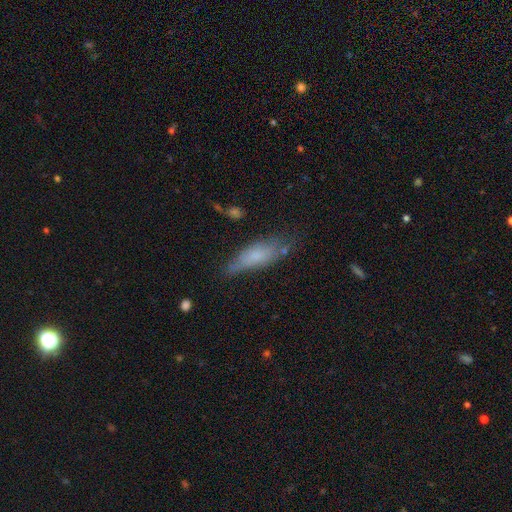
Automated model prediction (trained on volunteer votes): Smooth or featured? Predicted: smooth (p=0.65). How rounded? Predicted: in between (p=0.51). Merging? Predicted: none (p=0.54).